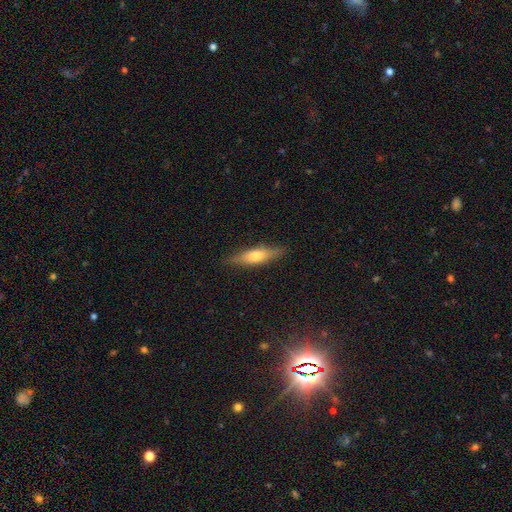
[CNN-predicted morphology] Smooth or featured: smooth — 56% (featured or disk — 37%)
How rounded: cigar-shaped — 69% (in between — 29%)
Merging: none — 86% (minor disturbance — 10%)